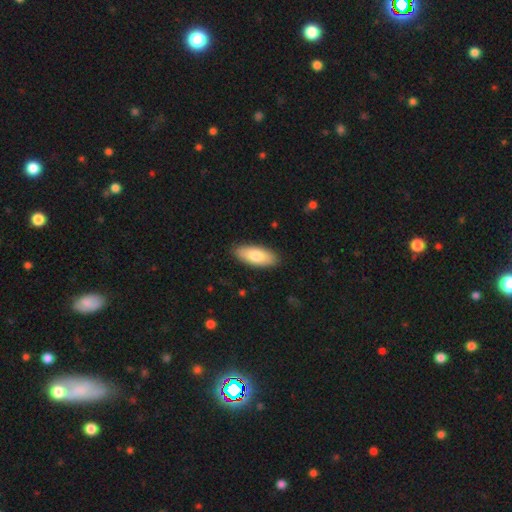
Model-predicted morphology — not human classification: The model was most divided on "smooth or featured": smooth: 78%, featured or disk: 17%, star or artifact: 5%. More confident: merging — none (88%); how rounded — in between (83%).